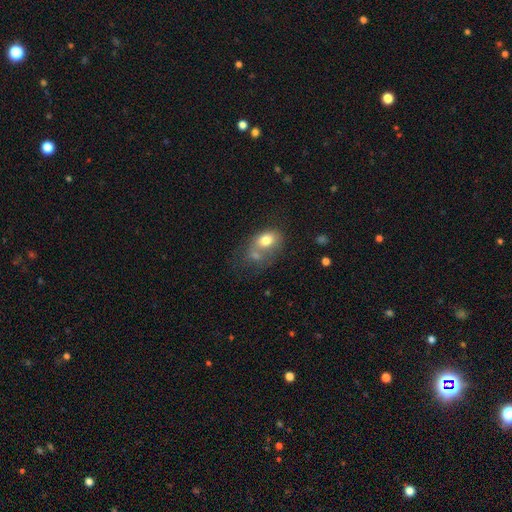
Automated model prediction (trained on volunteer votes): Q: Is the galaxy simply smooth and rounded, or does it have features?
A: smooth — 68%.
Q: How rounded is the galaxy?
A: in between — 63%.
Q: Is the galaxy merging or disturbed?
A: merger — 50%.